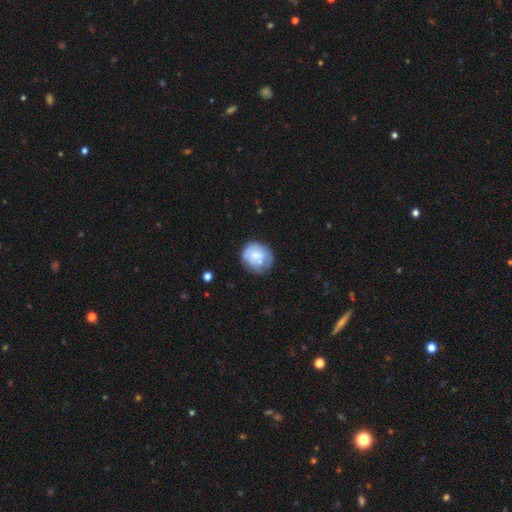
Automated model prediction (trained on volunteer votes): Overall: smooth (54%; featured or disk 38%). How rounded: round (79%). Merging: none (62%; minor disturbance 24%).